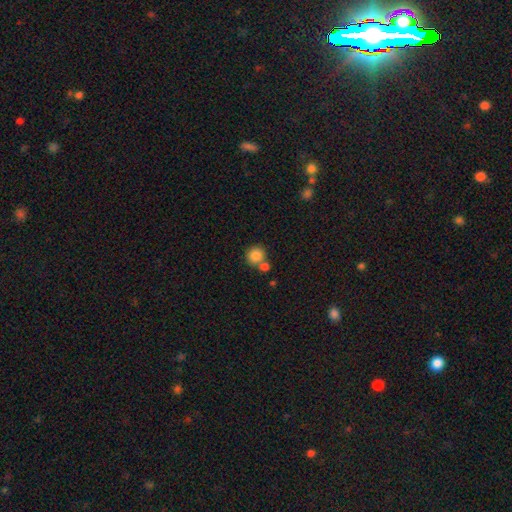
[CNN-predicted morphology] A smooth galaxy with no disk features (84%) that is round (88%).

Vote fractions:
- Smooth or featured? smooth: 84% / star or artifact: 9% / featured or disk: 7%
- How rounded? round: 88% / in between: 11% / cigar-shaped: 1%
- Merging? none: 56% / merger: 32% / minor disturbance: 9% / major disturbance: 3%